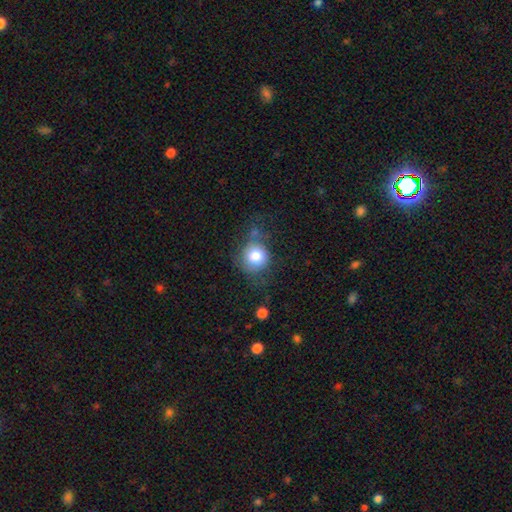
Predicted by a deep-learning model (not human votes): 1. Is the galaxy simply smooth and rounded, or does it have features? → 80% smooth, 11% featured or disk, 9% star or artifact.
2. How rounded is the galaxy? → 83% round, 16% in between, 1% cigar-shaped.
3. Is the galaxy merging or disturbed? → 58% none, 24% minor disturbance, 12% major disturbance, 7% merger.